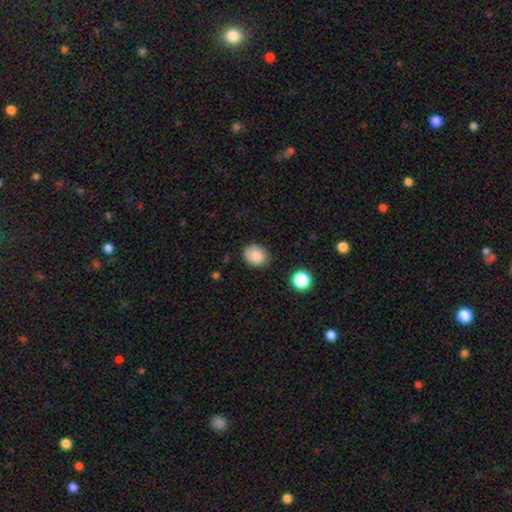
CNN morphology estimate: smooth_or_featured: smooth (p=0.85) [alt: star or artifact p=0.09]
how_rounded: round (p=0.57) [alt: in between p=0.42]
merging: none (p=0.78) [alt: minor disturbance p=0.16]